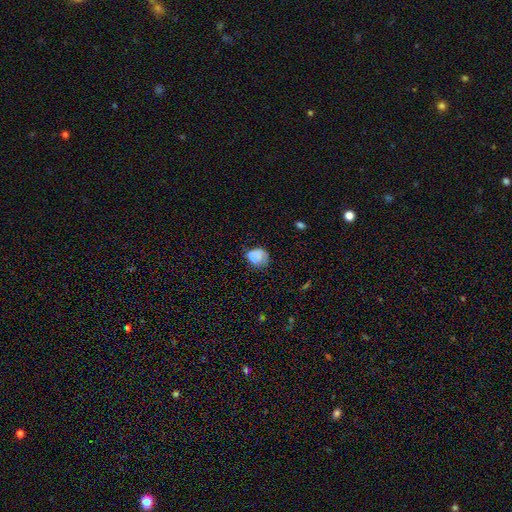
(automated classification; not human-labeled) Smooth or featured: smooth — 74% (featured or disk — 14%)
How rounded: round — 60% (in between — 39%)
Merging: none — 57% (minor disturbance — 31%)